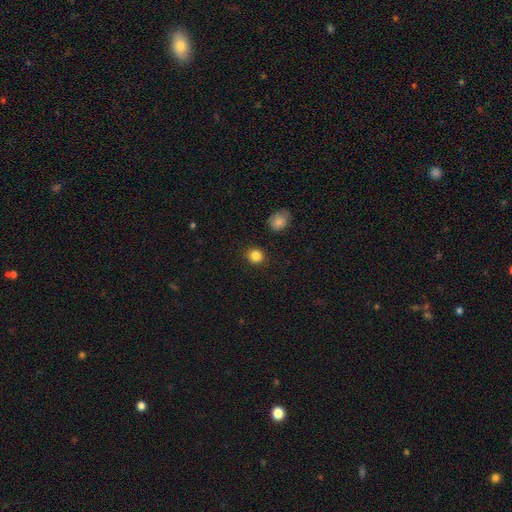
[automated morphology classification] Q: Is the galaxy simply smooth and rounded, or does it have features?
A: smooth — 85%.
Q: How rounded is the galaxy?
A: round — 83%.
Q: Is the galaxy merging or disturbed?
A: none — 90%.